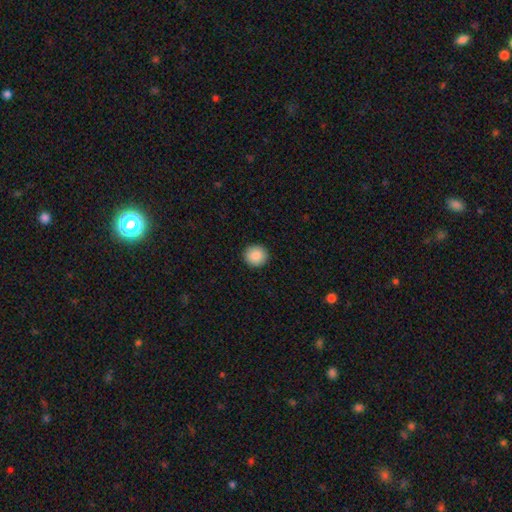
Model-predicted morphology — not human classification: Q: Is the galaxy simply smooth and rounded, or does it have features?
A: smooth — 88%.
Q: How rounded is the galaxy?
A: round — 92%.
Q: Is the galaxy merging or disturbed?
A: none — 93%.